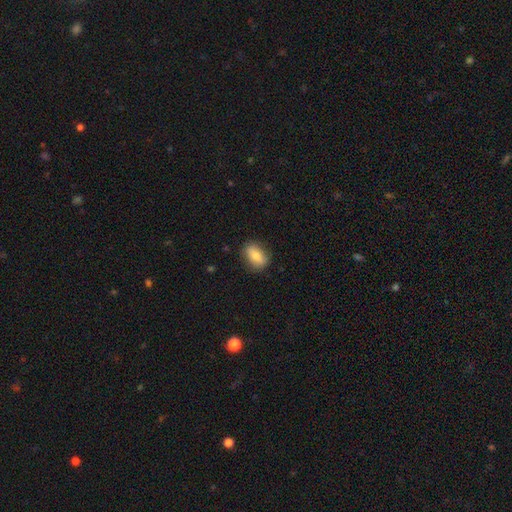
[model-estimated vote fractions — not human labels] smooth 80%, featured or disk 13%, star or artifact 7%. Down the decision tree: how rounded — in between (81%); merging — none (82%).